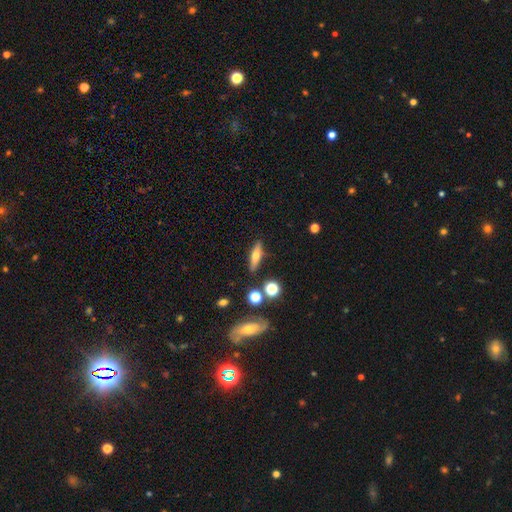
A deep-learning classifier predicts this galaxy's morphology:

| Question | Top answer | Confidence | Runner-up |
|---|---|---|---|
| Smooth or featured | smooth | 50% | featured or disk (40%) |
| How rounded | cigar-shaped | 62% | in between (32%) |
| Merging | none | 83% | minor disturbance (10%) |